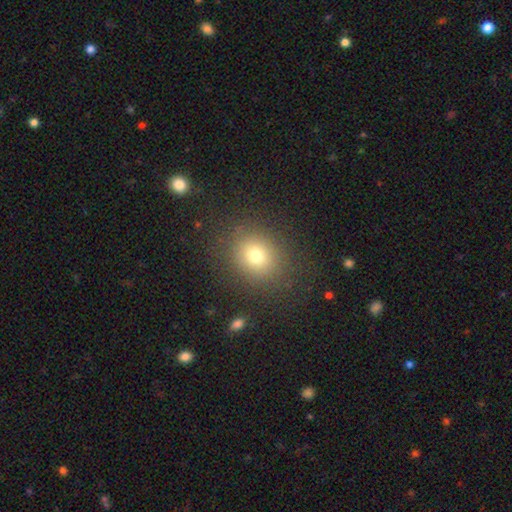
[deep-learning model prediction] Smooth or featured: smooth — 74% (star or artifact — 16%)
How rounded: round — 74% (in between — 25%)
Merging: none — 85% (minor disturbance — 8%)